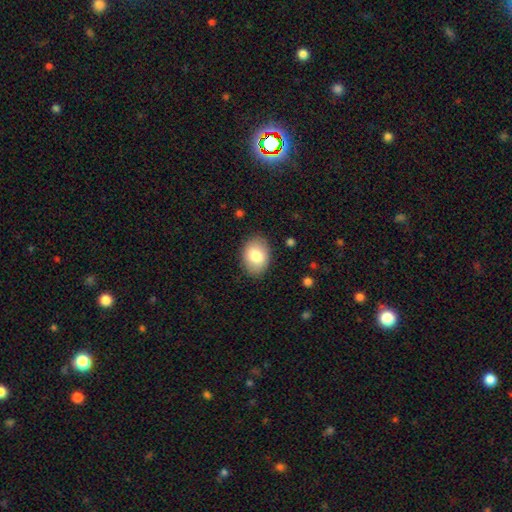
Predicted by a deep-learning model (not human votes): smooth_or_featured: smooth (p=0.82) [alt: featured or disk p=0.11]
how_rounded: in between (p=0.80) [alt: round p=0.19]
merging: none (p=0.86) [alt: minor disturbance p=0.11]